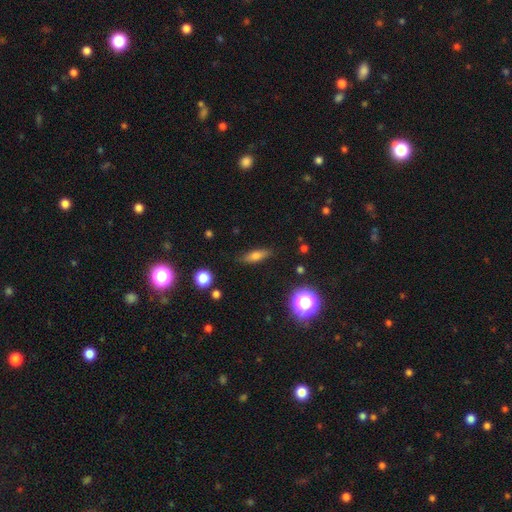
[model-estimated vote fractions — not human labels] Smooth or featured? Predicted: smooth (p=0.62). How rounded? Predicted: cigar-shaped (p=0.50). Merging? Predicted: none (p=0.84).